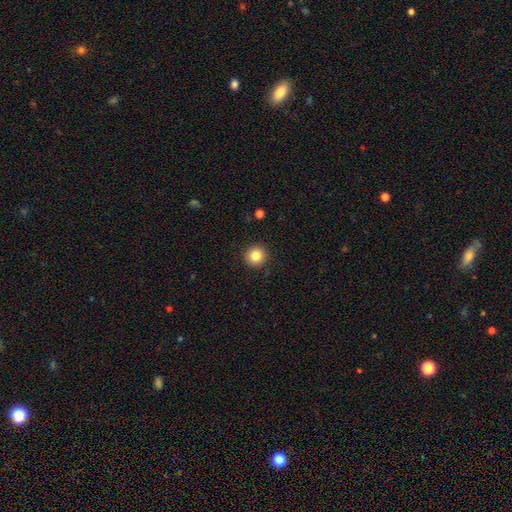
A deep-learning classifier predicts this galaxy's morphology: Smooth or featured? Predicted: smooth (p=0.84). How rounded? Predicted: round (p=0.95). Merging? Predicted: none (p=0.92).